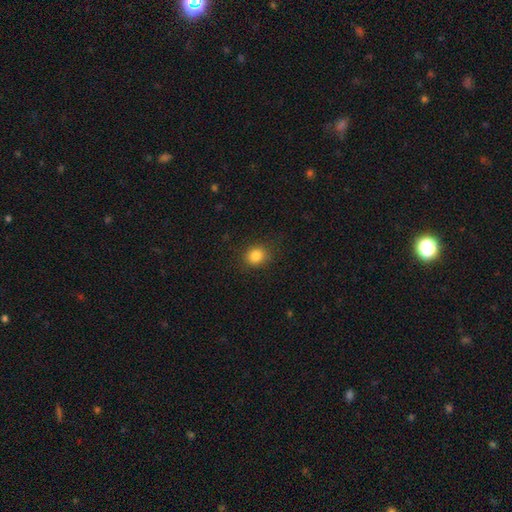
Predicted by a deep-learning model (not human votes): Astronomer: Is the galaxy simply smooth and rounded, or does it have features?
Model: smooth — 84%.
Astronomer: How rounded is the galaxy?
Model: round — 77%.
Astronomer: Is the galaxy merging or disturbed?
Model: none — 86%.